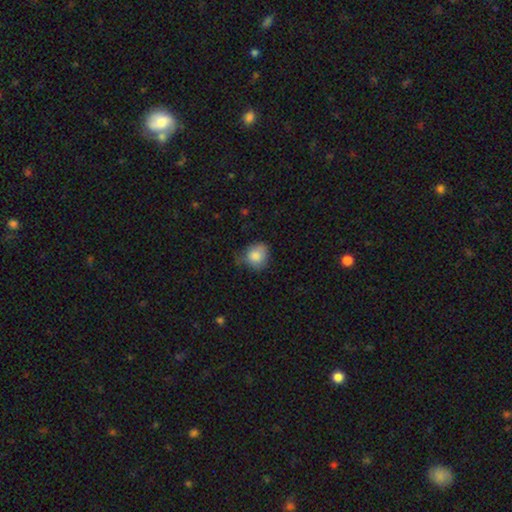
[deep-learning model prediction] A smooth galaxy with no disk features (83%) that is round (74%).

Vote fractions:
- Smooth or featured? smooth: 83% / featured or disk: 9% / star or artifact: 8%
- How rounded? round: 74% / in between: 25% / cigar-shaped: 1%
- Merging? none: 53% / minor disturbance: 35% / major disturbance: 9% / merger: 2%